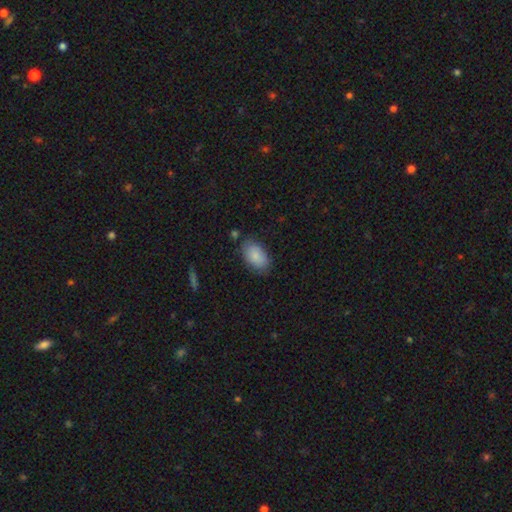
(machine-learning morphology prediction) A smooth galaxy with no disk features (85%) that is in between round and cigar-shaped (92%). Merging: none (78%).